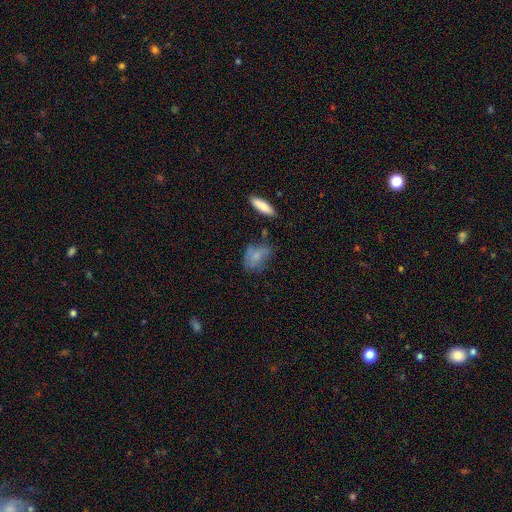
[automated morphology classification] A smooth galaxy with no disk features (68%) that is in between round and cigar-shaped (80%).

Vote fractions:
- Smooth or featured? smooth: 68% / featured or disk: 21% / star or artifact: 10%
- How rounded? in between: 80% / round: 15% / cigar-shaped: 5%
- Merging? none: 49% / minor disturbance: 28% / major disturbance: 16% / merger: 7%